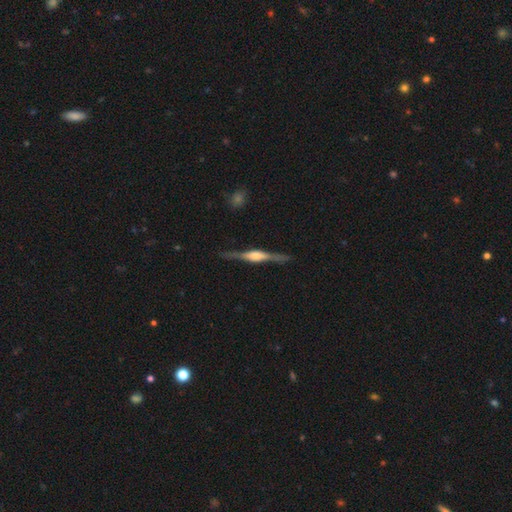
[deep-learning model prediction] Smooth or featured? Predicted: featured or disk (p=0.85). Edge-on disk? Predicted: yes (p=0.98). Edge-on bulge? Predicted: rounded (p=0.79). Merging? Predicted: none (p=0.88).